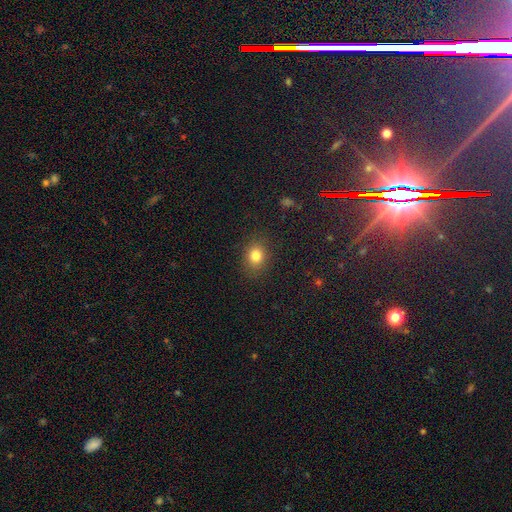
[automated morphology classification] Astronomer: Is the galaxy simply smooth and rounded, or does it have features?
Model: smooth — 82%.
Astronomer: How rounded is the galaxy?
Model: round — 56% (runner-up: in between, 43%).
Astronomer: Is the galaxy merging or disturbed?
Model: none — 86%.